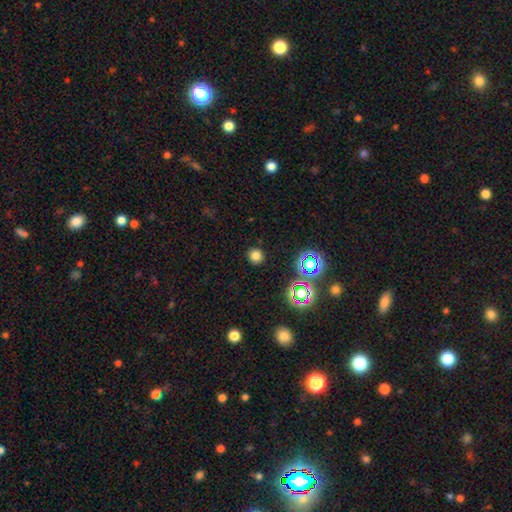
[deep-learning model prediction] Morphology: type=smooth (75%); roundness=round (90%); merging=none (90%).